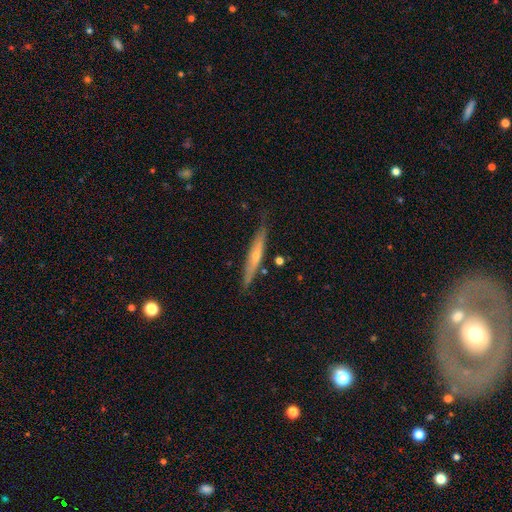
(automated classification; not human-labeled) This appears to be a featured or disk galaxy (59%) viewed edge-on (92%) with a rounded central bulge (63%). Merging: none (82%).